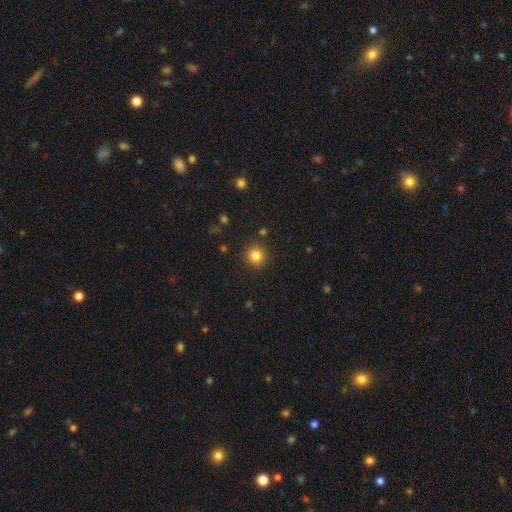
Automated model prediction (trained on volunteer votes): smooth-or-featured: smooth: 84% | star or artifact: 11% | featured or disk: 5%
  how-rounded: round: 93% | in between: 6% | cigar-shaped: 1%
  merging: none: 89% | minor disturbance: 6% | major disturbance: 2% | merger: 2%